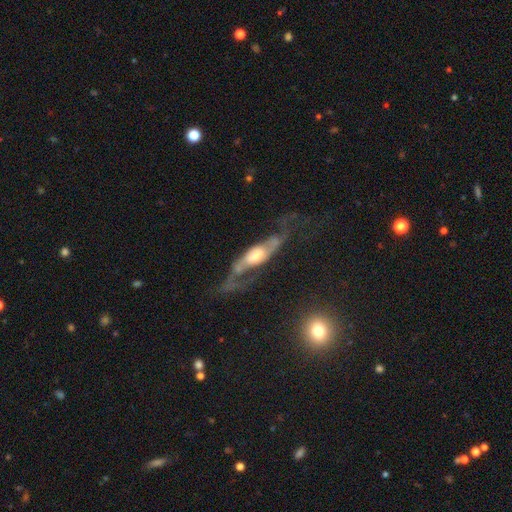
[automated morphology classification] featured or disk 77%, smooth 16%, star or artifact 7%. Down the decision tree: edge-on disk — no (71%); bar — no (46%); spiral arms — yes (86%); bulge size — moderate (49%); merging — none (44%).